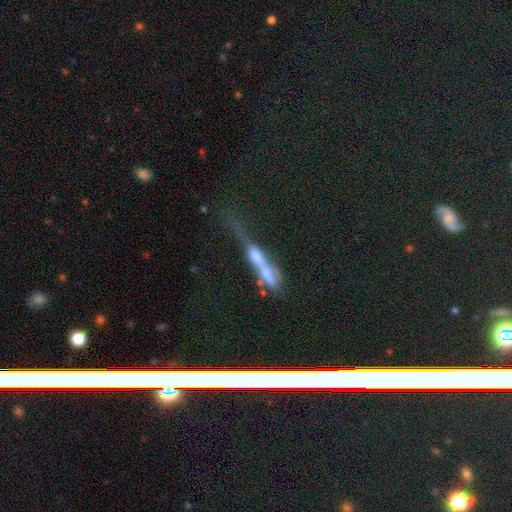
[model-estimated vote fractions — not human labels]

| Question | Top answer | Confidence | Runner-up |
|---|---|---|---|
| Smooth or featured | featured or disk | 45% | smooth (43%) |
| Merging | merger | 50% | none (19%) |